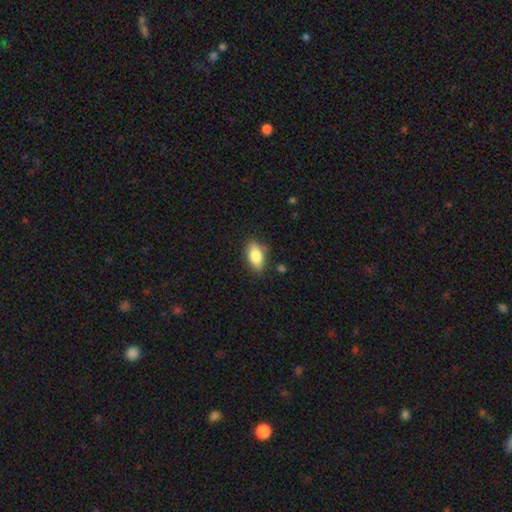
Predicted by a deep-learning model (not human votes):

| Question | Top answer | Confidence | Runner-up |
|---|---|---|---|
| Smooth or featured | smooth | 82% | featured or disk (11%) |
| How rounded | in between | 88% | cigar-shaped (7%) |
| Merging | none | 80% | minor disturbance (15%) |